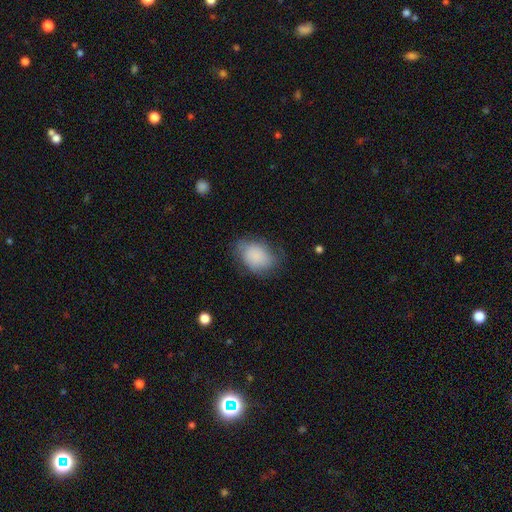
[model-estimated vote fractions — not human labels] Smooth or featured: smooth — 79% (featured or disk — 14%)
How rounded: in between — 71% (round — 28%)
Merging: none — 62% (minor disturbance — 26%)